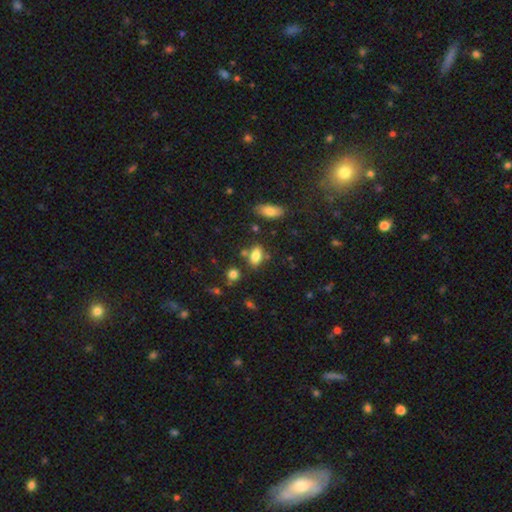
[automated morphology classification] type=smooth (80%); roundness=in between (87%); merging=none (71%).